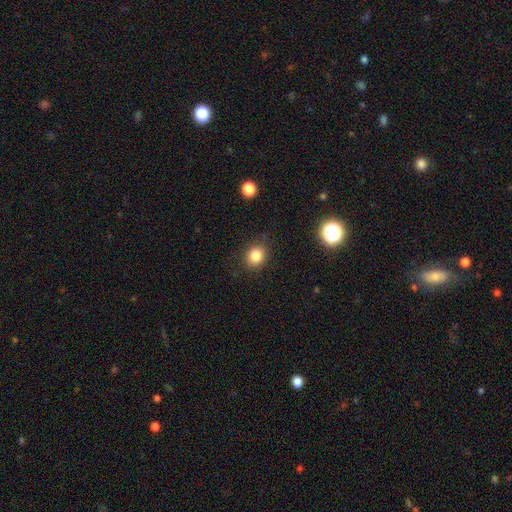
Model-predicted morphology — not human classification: type=smooth (83%); roundness=round (67%); merging=none (85%).